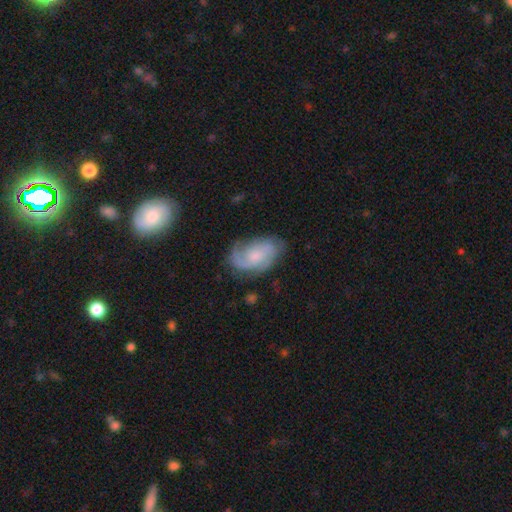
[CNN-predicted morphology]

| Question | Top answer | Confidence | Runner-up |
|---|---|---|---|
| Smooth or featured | featured or disk | 71% | smooth (23%) |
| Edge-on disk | no | 97% | yes (3%) |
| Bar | no | 64% | weak (31%) |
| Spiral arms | yes | 93% | no (7%) |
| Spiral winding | medium | 45% | tight (32%) |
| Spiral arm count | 2 | 50% | can't tell (18%) |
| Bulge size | small | 50% | moderate (33%) |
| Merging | none | 65% | minor disturbance (23%) |